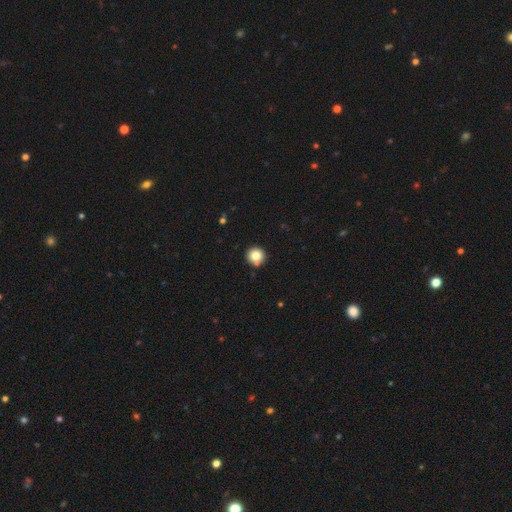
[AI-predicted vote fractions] smooth_or_featured: smooth (p=0.81) [alt: star or artifact p=0.11]
how_rounded: round (p=0.94) [alt: in between p=0.05]
merging: none (p=0.81) [alt: minor disturbance p=0.09]